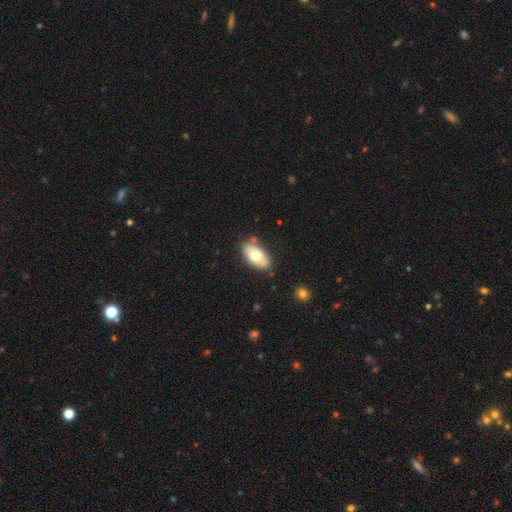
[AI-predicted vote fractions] smooth 70%, featured or disk 24%, star or artifact 6%. Down the decision tree: how rounded — in between (93%); merging — none (81%).